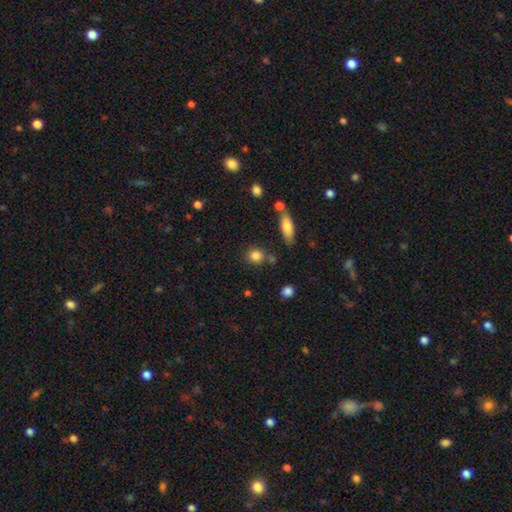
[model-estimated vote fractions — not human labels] smooth-or-featured: smooth: 84% | star or artifact: 10% | featured or disk: 6%
  how-rounded: round: 73% | in between: 25% | cigar-shaped: 3%
  merging: none: 75% | minor disturbance: 12% | merger: 9% | major disturbance: 4%